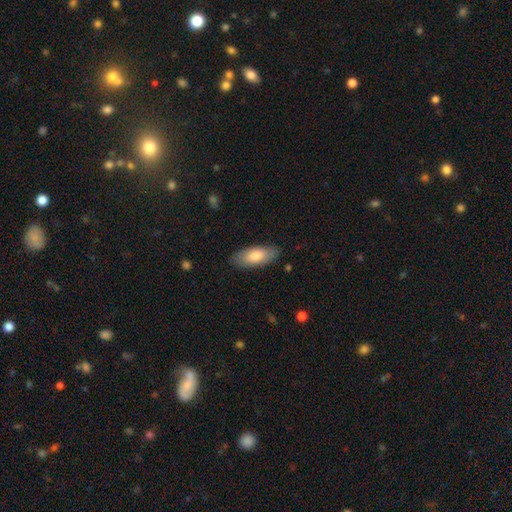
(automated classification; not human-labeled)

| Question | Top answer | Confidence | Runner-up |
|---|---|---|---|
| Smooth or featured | smooth | 79% | featured or disk (16%) |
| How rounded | in between | 86% | cigar-shaped (12%) |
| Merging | none | 84% | minor disturbance (13%) |